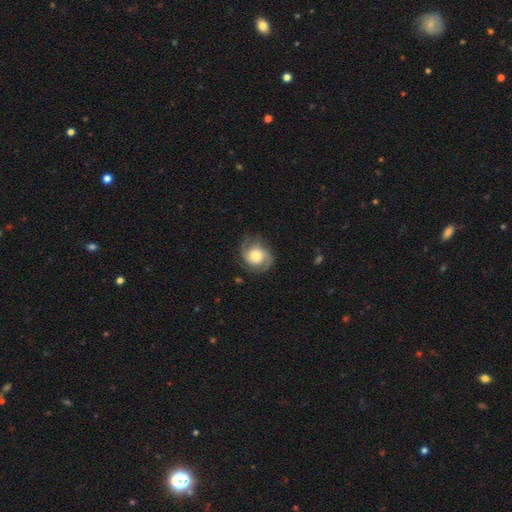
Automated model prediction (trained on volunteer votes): Smooth or featured: featured or disk — 68% (smooth — 25%)
Edge-on disk: no — 98% (yes — 2%)
Bar: no — 66% (weak — 29%)
Spiral arms: yes — 93% (no — 7%)
Spiral winding: medium — 44% (tight — 39%)
Spiral arm count: 2 — 74% (can't tell — 11%)
Bulge size: moderate — 48% (large — 31%)
Merging: none — 70% (minor disturbance — 19%)